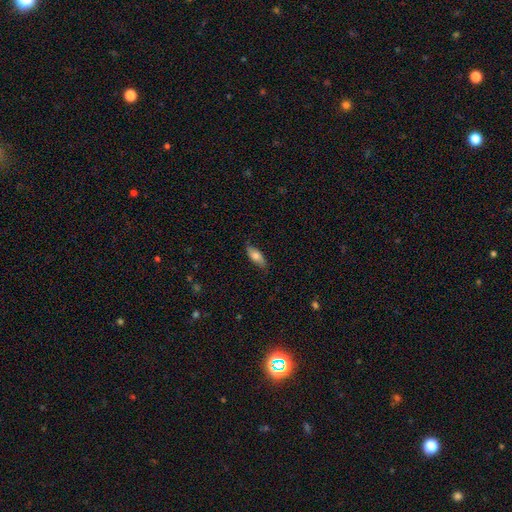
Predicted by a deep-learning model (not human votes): Smooth or featured: smooth — 72% (featured or disk — 22%)
How rounded: in between — 79% (cigar-shaped — 19%)
Merging: none — 79% (minor disturbance — 17%)